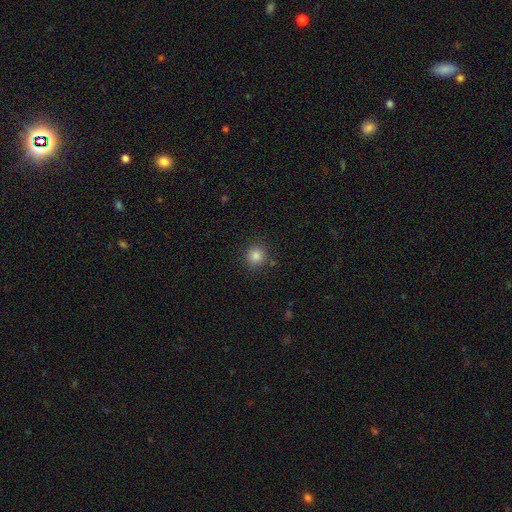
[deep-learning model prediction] This appears to be a smooth galaxy with no disk features (84%) that is round (91%). Merging: none (87%).